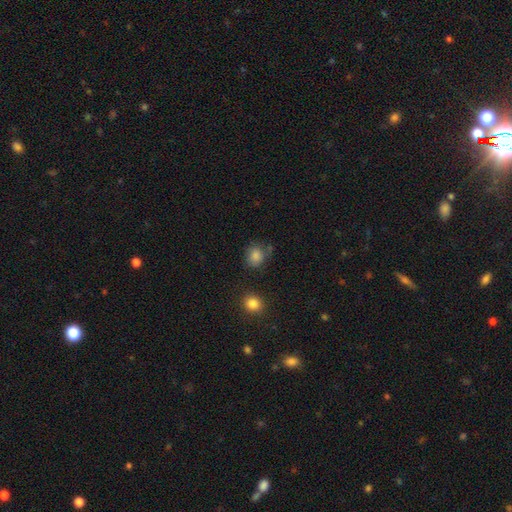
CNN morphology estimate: Smooth or featured? smooth (82%)
How rounded? round (74%)
Merging? none (73%)